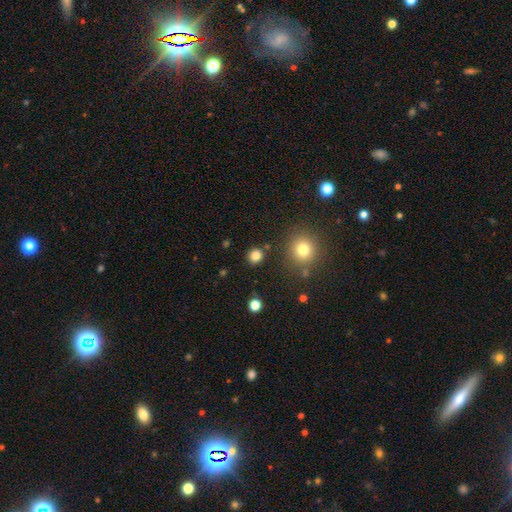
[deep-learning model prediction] Smooth or featured?
  - smooth: 82% *
  - star or artifact: 14%
  - featured or disk: 4%
How rounded?
  - round: 89% *
  - in between: 10%
  - cigar-shaped: 1%
Merging?
  - none: 88% *
  - minor disturbance: 7%
  - merger: 3%
  - major disturbance: 3%